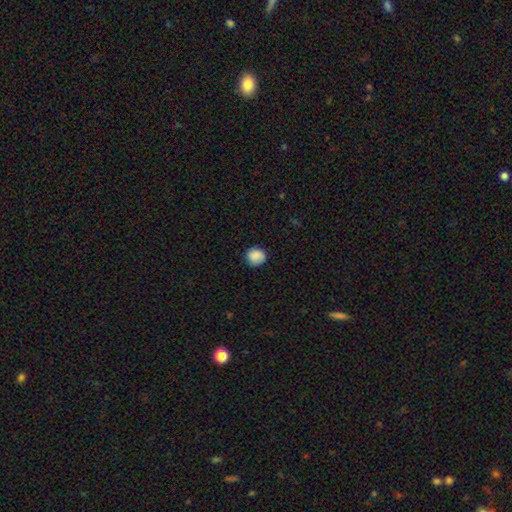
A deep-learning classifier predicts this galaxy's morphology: smooth-or-featured: smooth: 88% | star or artifact: 8% | featured or disk: 4%
  how-rounded: round: 88% | in between: 11% | cigar-shaped: 1%
  merging: none: 86% | minor disturbance: 10% | major disturbance: 2% | merger: 1%